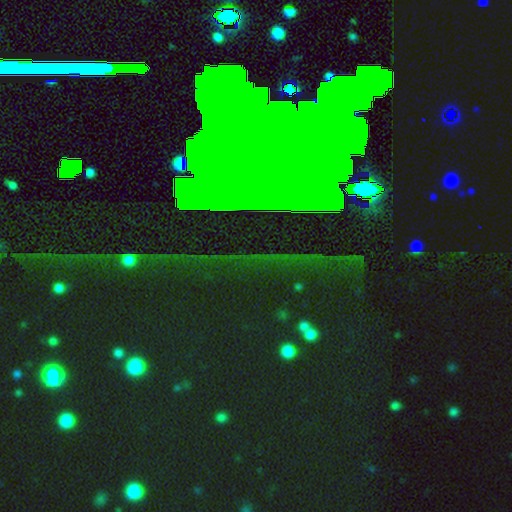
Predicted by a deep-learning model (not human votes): Morphology: type=star or artifact (80%).